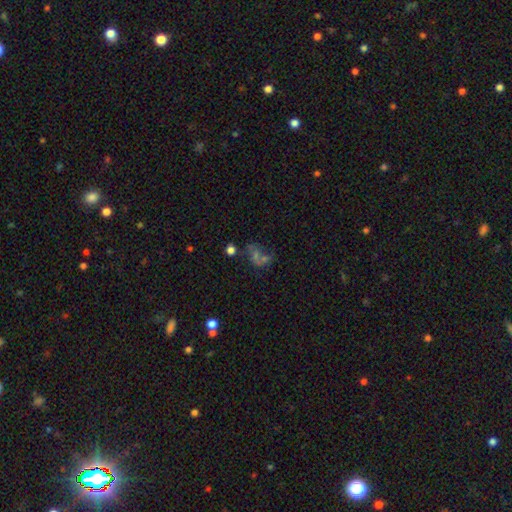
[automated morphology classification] Q: Smooth or featured?
A: featured or disk (39%); runner-up: star or artifact (32%)
Q: Merging?
A: none (38%); runner-up: merger (28%)